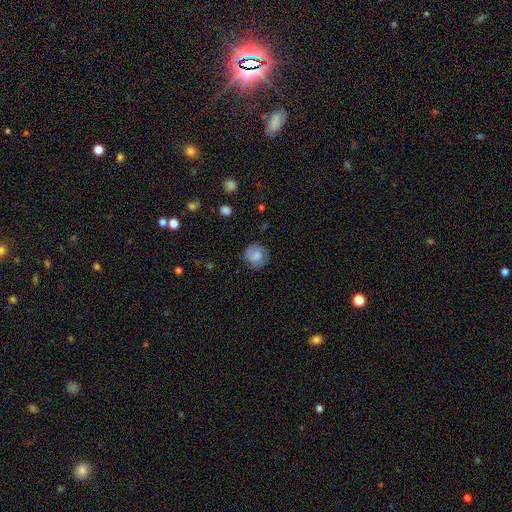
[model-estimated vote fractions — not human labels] Overall: smooth (72%). How rounded: round (87%). Merging: none (76%).